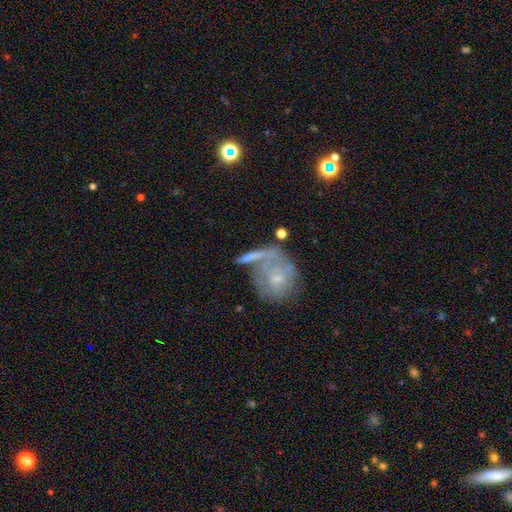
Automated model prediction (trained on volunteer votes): Q: Smooth or featured?
A: smooth (45%); tied with: featured or disk (45%)
Q: Merging?
A: none (43%); runner-up: merger (25%)